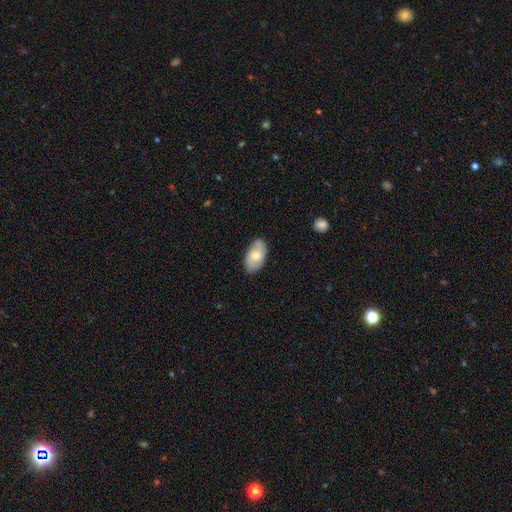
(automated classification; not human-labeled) Smooth or featured: smooth — 62% (featured or disk — 32%)
How rounded: in between — 94% (round — 5%)
Merging: none — 78% (minor disturbance — 18%)